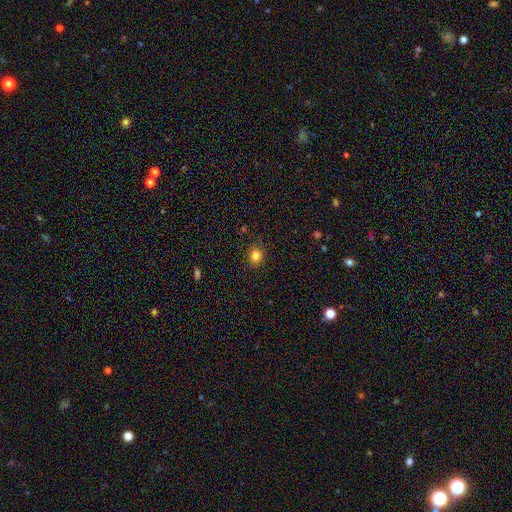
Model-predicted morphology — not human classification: This appears to be a smooth galaxy with no disk features (83%) that is round (74%). Merging: none (86%).